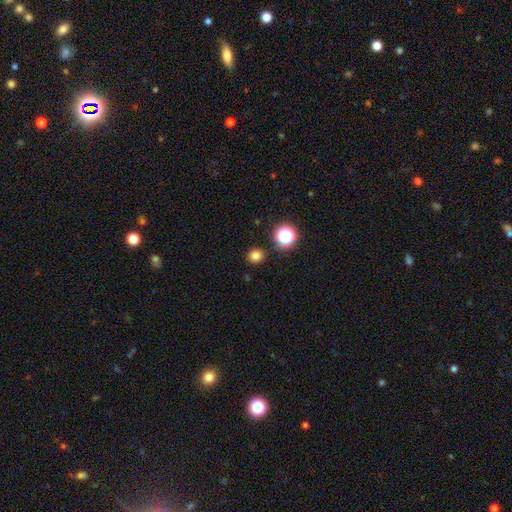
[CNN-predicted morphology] smooth_or_featured: smooth (p=0.79) [alt: star or artifact p=0.16]
how_rounded: round (p=0.91) [alt: in between p=0.08]
merging: none (p=0.90) [alt: minor disturbance p=0.06]